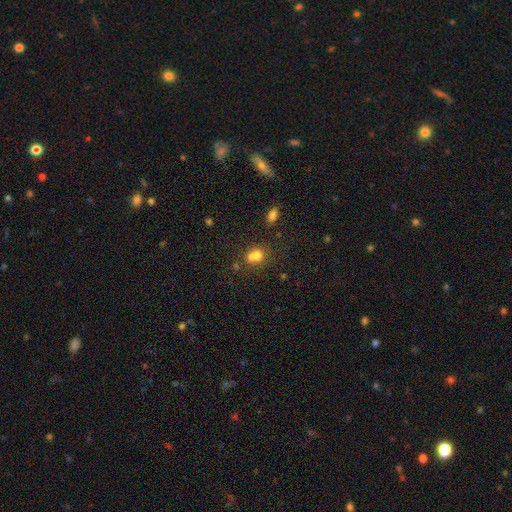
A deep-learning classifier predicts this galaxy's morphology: Overall: smooth (72%). How rounded: round (58%; in between 41%). Merging: merger (46%; none 36%).